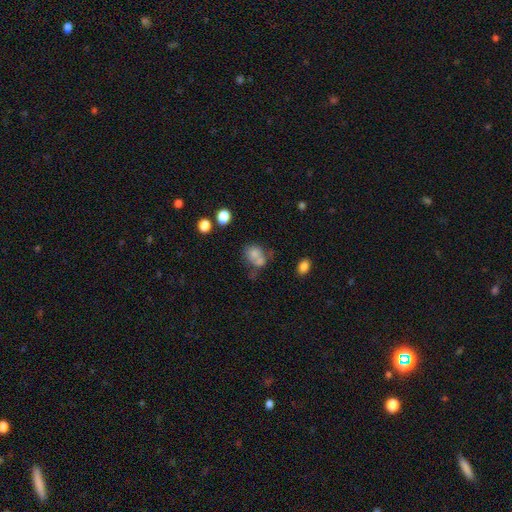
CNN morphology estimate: The model was most divided on "how rounded": round: 54%, in between: 45%, cigar-shaped: 1%. Remaining: smooth or featured — smooth (74%); merging — merger (45%).